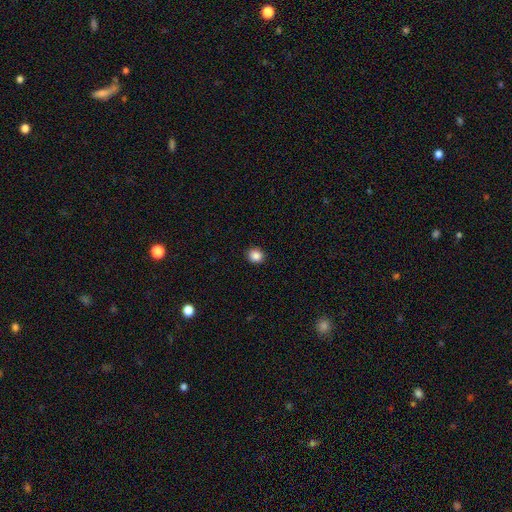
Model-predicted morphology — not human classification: Smooth or featured?
  - smooth: 86% *
  - star or artifact: 10%
  - featured or disk: 4%
How rounded?
  - round: 82% *
  - in between: 17%
  - cigar-shaped: 1%
Merging?
  - none: 92% *
  - minor disturbance: 6%
  - major disturbance: 2%
  - merger: 1%